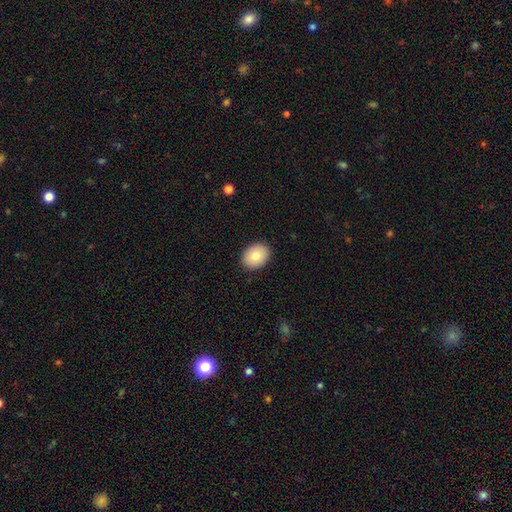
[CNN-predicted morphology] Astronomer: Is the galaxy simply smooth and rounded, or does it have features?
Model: smooth — 81%.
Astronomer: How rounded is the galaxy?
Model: in between — 61% (runner-up: round, 38%).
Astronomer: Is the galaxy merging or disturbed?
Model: none — 90%.